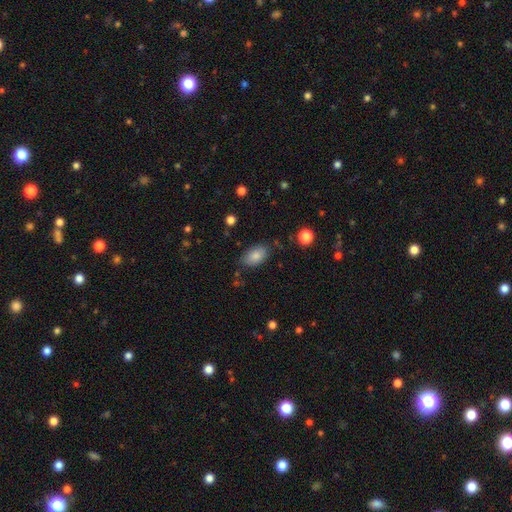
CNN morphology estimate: smooth 83%, featured or disk 10%, star or artifact 8%. Down the decision tree: how rounded — in between (92%); merging — none (74%).